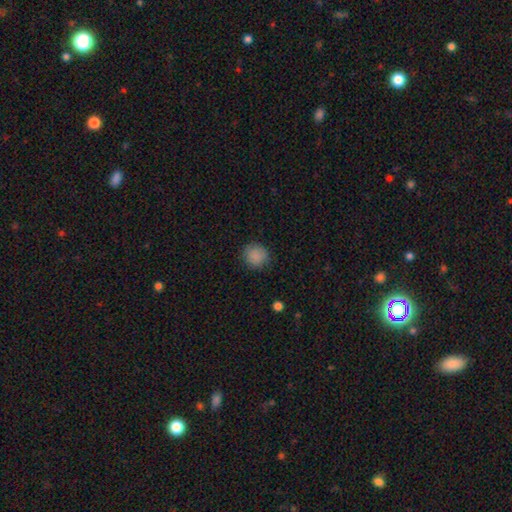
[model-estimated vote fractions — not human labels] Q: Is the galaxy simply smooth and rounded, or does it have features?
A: smooth — 87%.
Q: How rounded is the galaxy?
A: round — 89%.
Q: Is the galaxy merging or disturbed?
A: none — 86%.